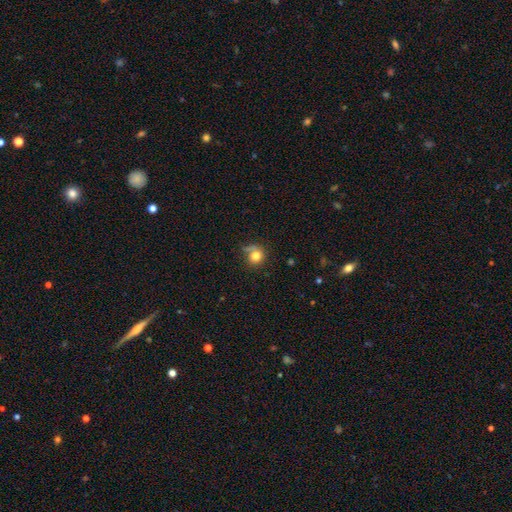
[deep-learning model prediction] smooth-or-featured: smooth: 80% | star or artifact: 11% | featured or disk: 10%
  how-rounded: round: 85% | in between: 14% | cigar-shaped: 1%
  merging: none: 58% | minor disturbance: 23% | major disturbance: 12% | merger: 7%